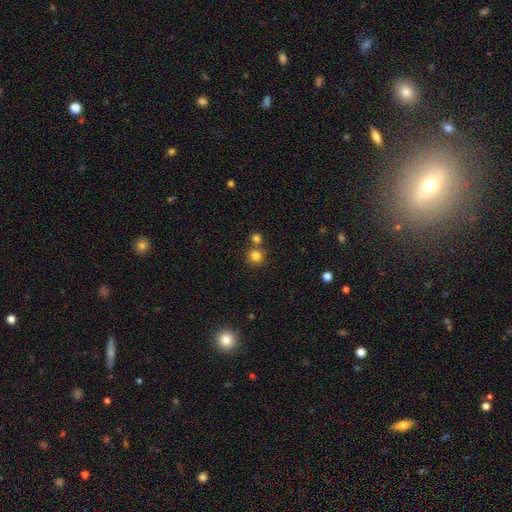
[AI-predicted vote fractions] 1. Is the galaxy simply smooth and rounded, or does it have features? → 80% smooth, 13% star or artifact, 6% featured or disk.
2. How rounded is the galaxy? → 92% round, 7% in between, 1% cigar-shaped.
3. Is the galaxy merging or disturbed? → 67% none, 24% merger, 7% minor disturbance, 3% major disturbance.